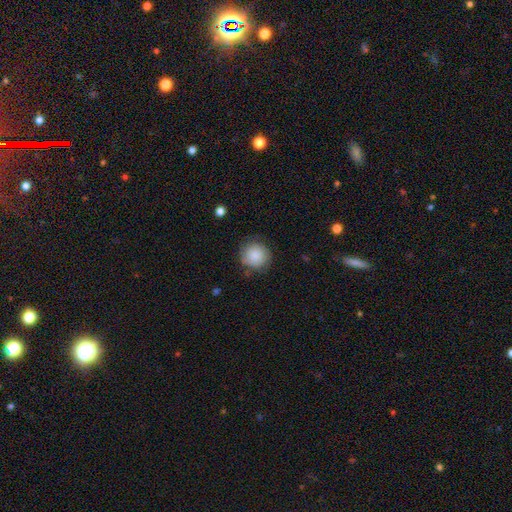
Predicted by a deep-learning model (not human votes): This appears to be a smooth galaxy with no disk features (83%) that is round (92%). Merging: none (80%).